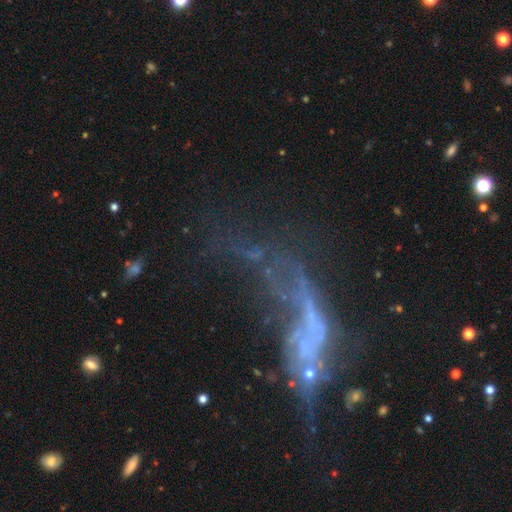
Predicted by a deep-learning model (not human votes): Overall: featured or disk (56%; star or artifact 25%). Edge-on disk: no (84%). Merging: major disturbance (44%; merger 25%).